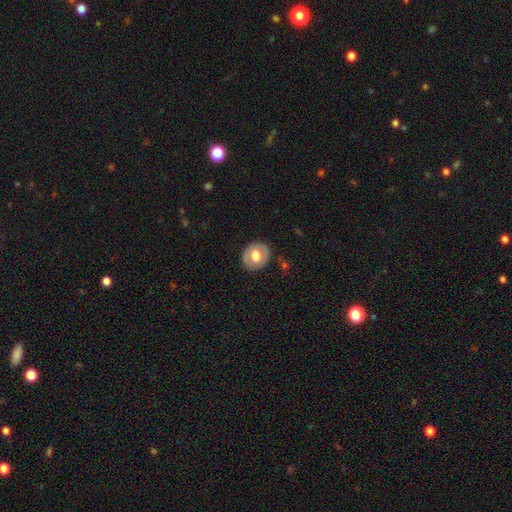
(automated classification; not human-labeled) This is possibly a smooth galaxy (56%). How rounded: likely round (70%). Merging: clearly none (84%).